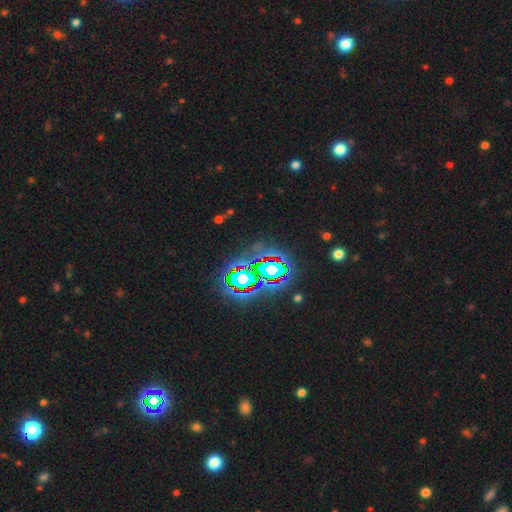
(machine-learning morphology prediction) Overall: star or artifact (68%).